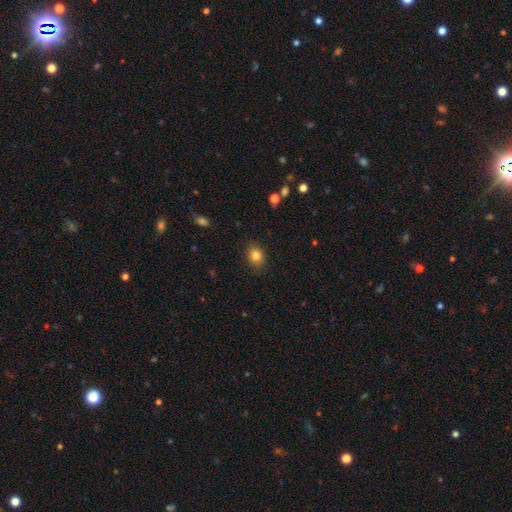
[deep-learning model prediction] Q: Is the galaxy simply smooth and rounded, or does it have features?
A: smooth — 82%.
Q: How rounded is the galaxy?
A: in between — 50%.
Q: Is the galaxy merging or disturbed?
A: none — 87%.